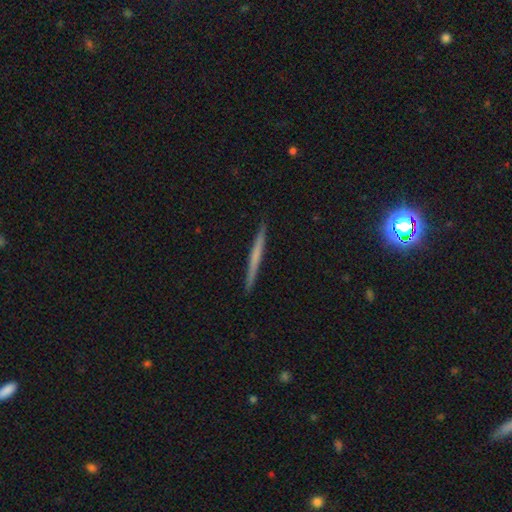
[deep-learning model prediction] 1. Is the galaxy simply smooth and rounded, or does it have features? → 48% smooth, 46% featured or disk, 6% star or artifact.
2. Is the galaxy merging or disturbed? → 92% none, 6% minor disturbance, 1% major disturbance, 1% merger.